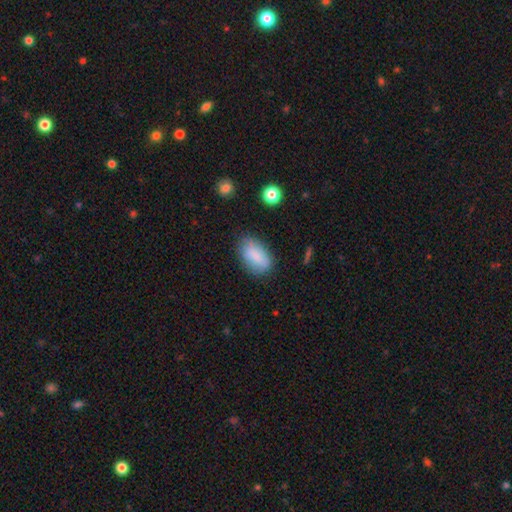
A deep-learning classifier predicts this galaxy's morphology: This is clearly a smooth galaxy (80%). How rounded: clearly in between (91%). Merging: likely none (66%).